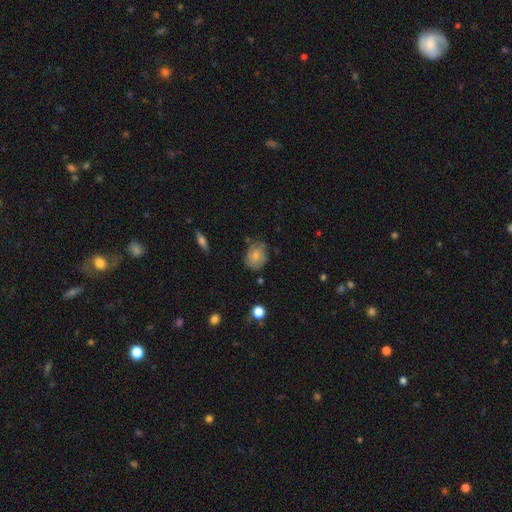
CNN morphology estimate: The model was most divided on "how rounded": in between: 54%, round: 45%, cigar-shaped: 1%. More confident: merging — none (66%); smooth or featured — smooth (65%).